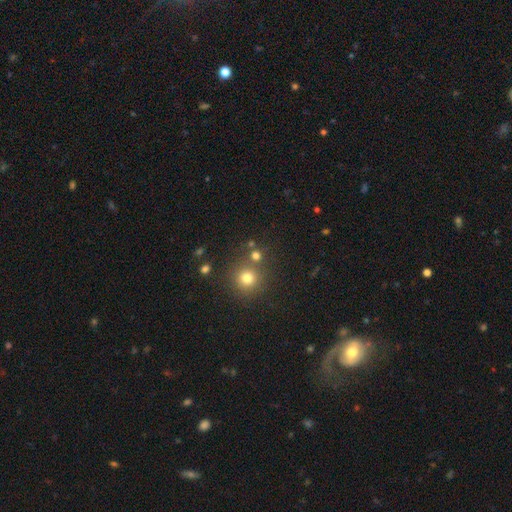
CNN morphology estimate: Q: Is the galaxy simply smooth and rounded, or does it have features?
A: smooth — 72%.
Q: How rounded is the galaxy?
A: round — 91%.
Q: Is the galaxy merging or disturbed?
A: none — 73%.